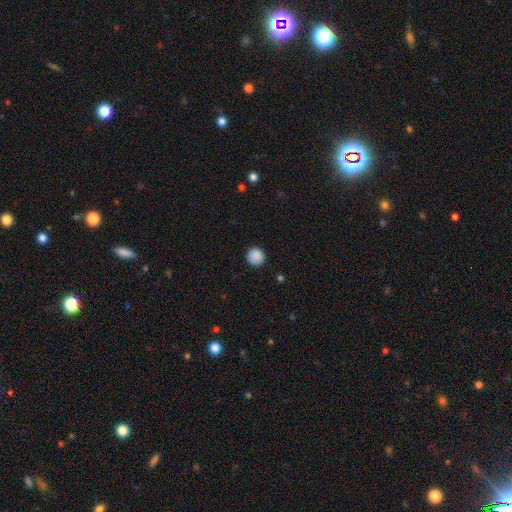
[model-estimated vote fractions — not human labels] smooth_or_featured: smooth (p=0.88) [alt: star or artifact p=0.09]
how_rounded: round (p=0.94) [alt: in between p=0.05]
merging: none (p=0.88) [alt: minor disturbance p=0.09]